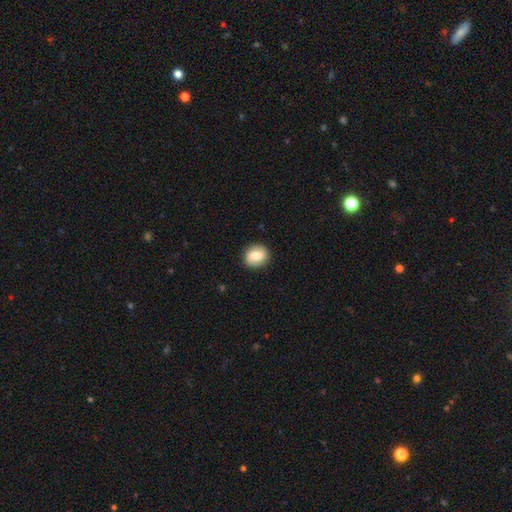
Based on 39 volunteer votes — Smooth or featured? smooth (62%)
How rounded? round (75%)
Merging? none (94%)